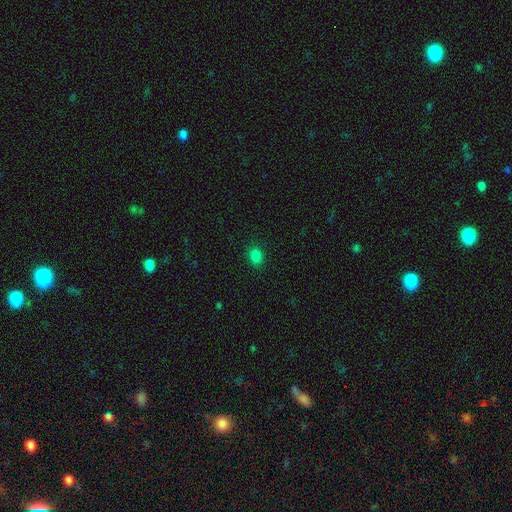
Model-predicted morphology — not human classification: This appears to be a smooth galaxy with no disk features (82%) that is in between round and cigar-shaped (61%). Merging: none (88%).